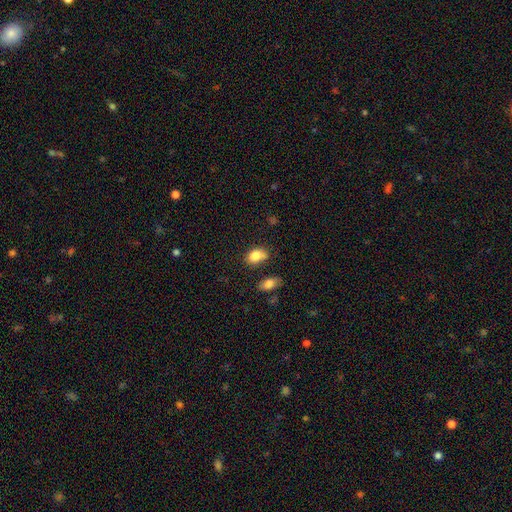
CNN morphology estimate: smooth-or-featured: smooth: 83% | featured or disk: 8% | star or artifact: 8%
  how-rounded: in between: 80% | round: 19% | cigar-shaped: 2%
  merging: none: 59% | minor disturbance: 23% | merger: 13% | major disturbance: 6%